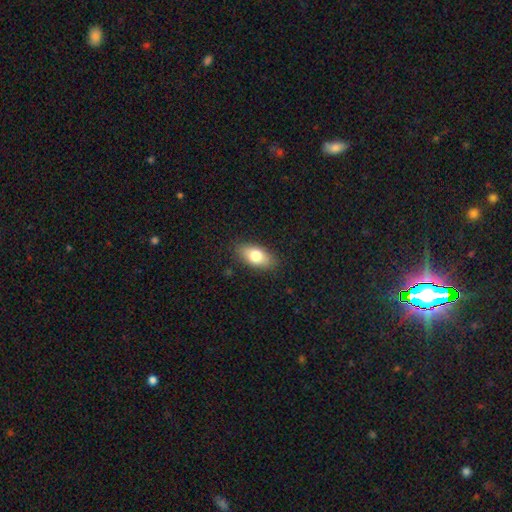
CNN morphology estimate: smooth 78%, featured or disk 15%, star or artifact 7%. Down the decision tree: how rounded — in between (87%); merging — none (86%).